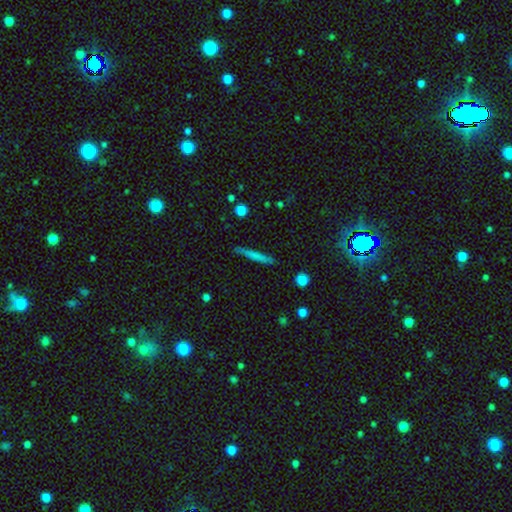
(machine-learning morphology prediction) Smooth or featured?
  - smooth: 65% *
  - featured or disk: 27%
  - star or artifact: 7%
How rounded?
  - cigar-shaped: 95% *
  - in between: 4%
  - round: 2%
Merging?
  - none: 86% *
  - minor disturbance: 10%
  - major disturbance: 2%
  - merger: 2%